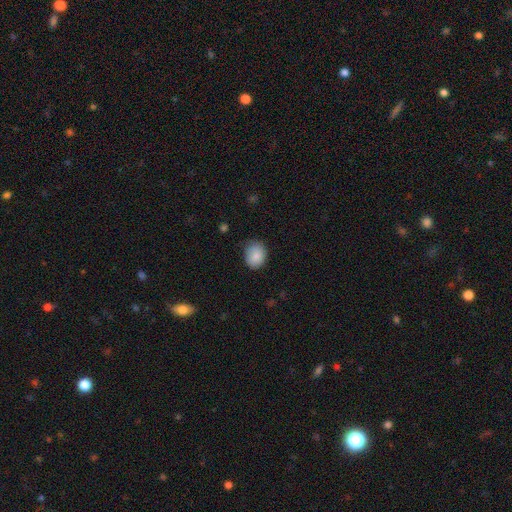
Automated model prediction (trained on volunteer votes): smooth-or-featured: smooth: 86% | star or artifact: 7% | featured or disk: 7%
  how-rounded: in between: 51% | round: 48% | cigar-shaped: 1%
  merging: none: 70% | minor disturbance: 24% | major disturbance: 4% | merger: 1%